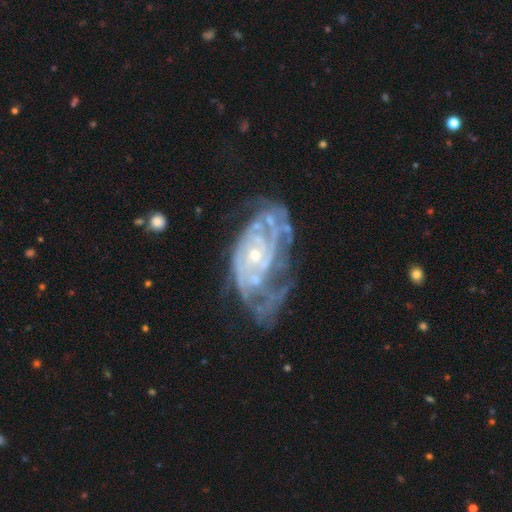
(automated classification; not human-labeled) Morphology: type=featured or disk (88%); edge-on=no (96%); bar=no (74%); spiral arms=yes (92%); winding=tight (65%); arm count=can't tell (40%); bulge=small (65%); merging=none (42%).